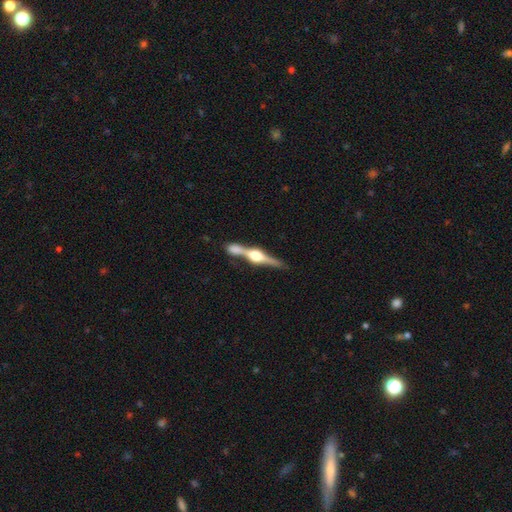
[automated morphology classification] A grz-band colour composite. It shows a featured or disk galaxy (83%) viewed edge-on (97%) with a rounded central bulge (95%). Merging: none (65%).